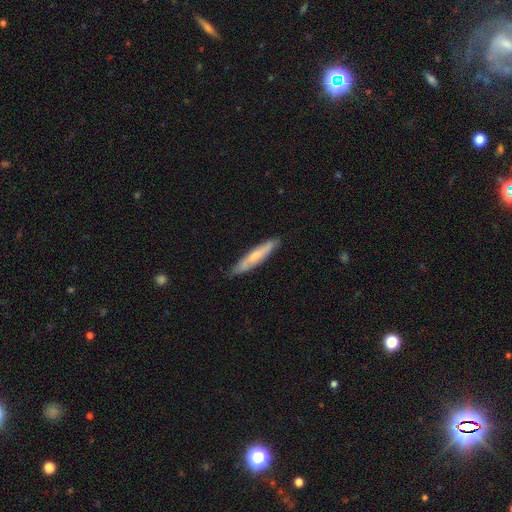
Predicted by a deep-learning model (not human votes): Smooth or featured? smooth (60%)
How rounded? cigar-shaped (89%)
Merging? none (85%)